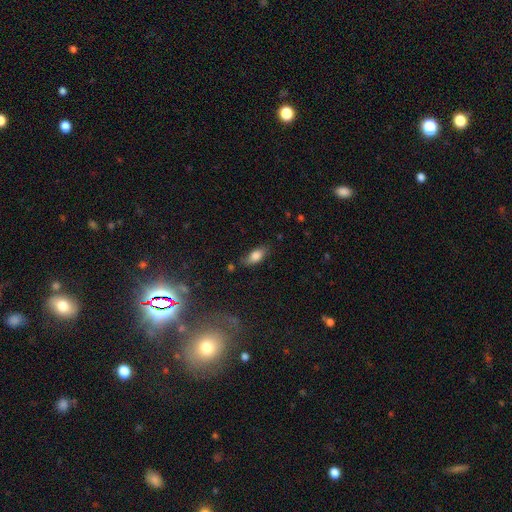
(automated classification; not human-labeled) Smooth or featured? smooth (80%)
How rounded? in between (84%)
Merging? none (72%)